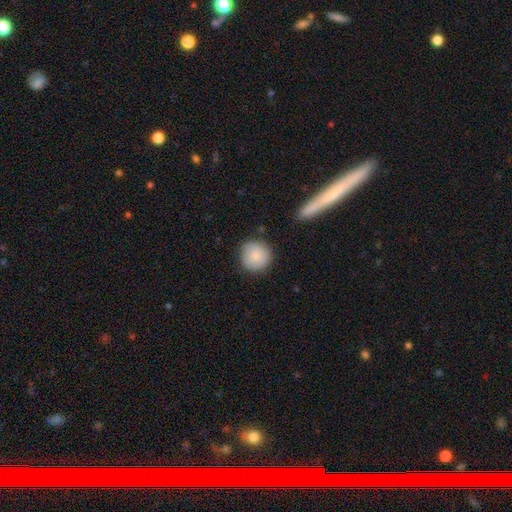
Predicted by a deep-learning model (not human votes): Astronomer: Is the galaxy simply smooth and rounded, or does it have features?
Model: smooth — 83%.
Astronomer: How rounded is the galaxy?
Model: round — 94%.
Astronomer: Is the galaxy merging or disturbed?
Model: none — 83%.